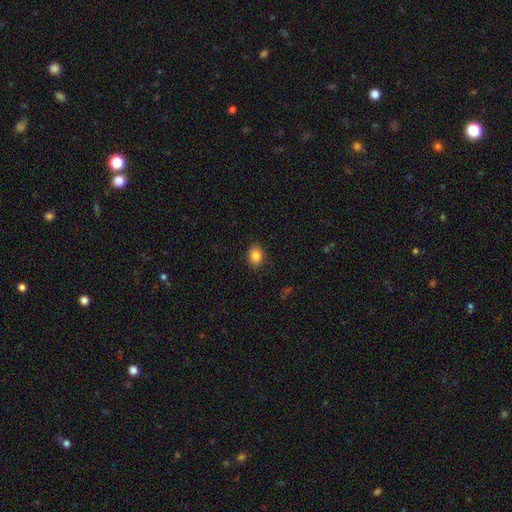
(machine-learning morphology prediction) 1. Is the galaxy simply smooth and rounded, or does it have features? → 85% smooth, 10% star or artifact, 5% featured or disk.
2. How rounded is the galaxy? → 55% in between, 44% round, 1% cigar-shaped.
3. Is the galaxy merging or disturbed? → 88% none, 9% minor disturbance, 2% major disturbance, 1% merger.